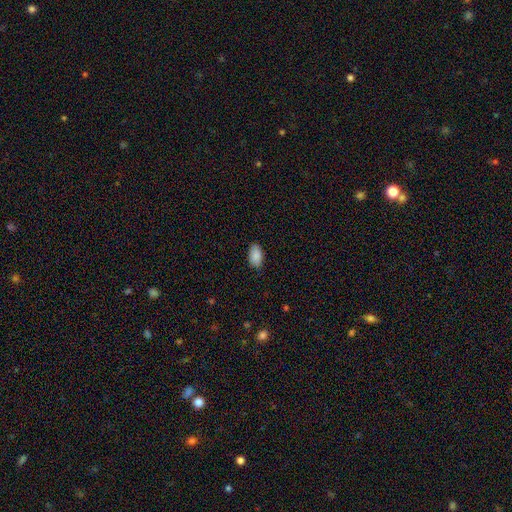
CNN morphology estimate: Smooth or featured?
  - smooth: 89% *
  - star or artifact: 7%
  - featured or disk: 4%
How rounded?
  - in between: 94% *
  - round: 4%
  - cigar-shaped: 2%
Merging?
  - none: 84% *
  - minor disturbance: 12%
  - major disturbance: 2%
  - merger: 1%